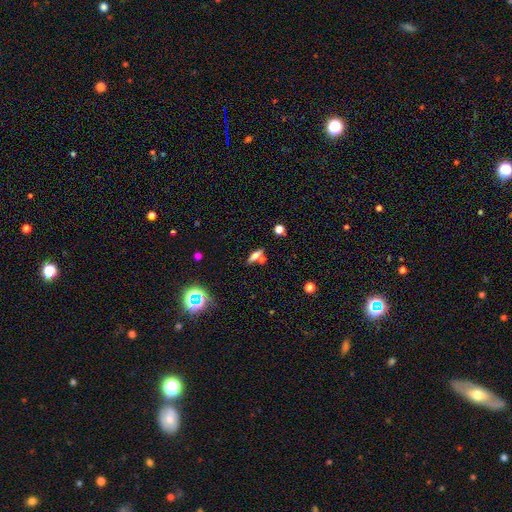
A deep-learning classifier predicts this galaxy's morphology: Overall: smooth (49%; featured or disk 37%). Merging: none (56%; merger 30%).